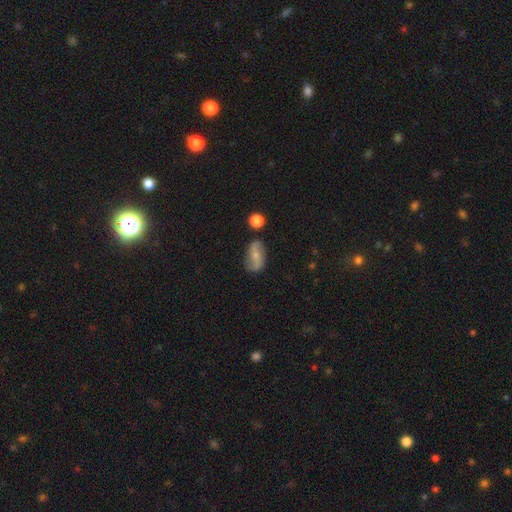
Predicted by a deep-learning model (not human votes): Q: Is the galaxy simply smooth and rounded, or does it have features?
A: featured or disk — 49%.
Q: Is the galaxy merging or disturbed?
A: none — 72%.